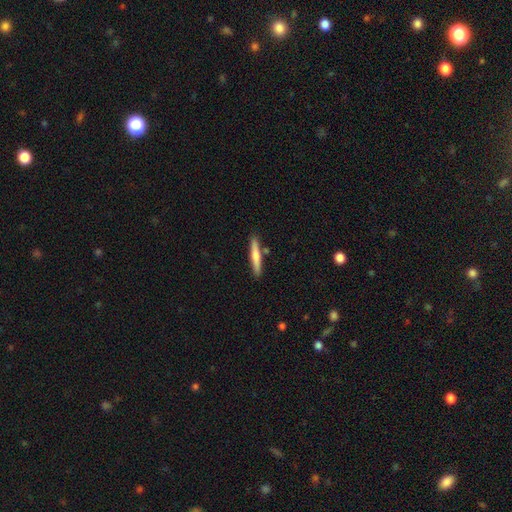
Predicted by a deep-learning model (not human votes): Smooth or featured?
  - smooth: 61% *
  - featured or disk: 33%
  - star or artifact: 5%
How rounded?
  - cigar-shaped: 93% *
  - in between: 6%
  - round: 1%
Merging?
  - none: 84% *
  - minor disturbance: 9%
  - merger: 5%
  - major disturbance: 2%